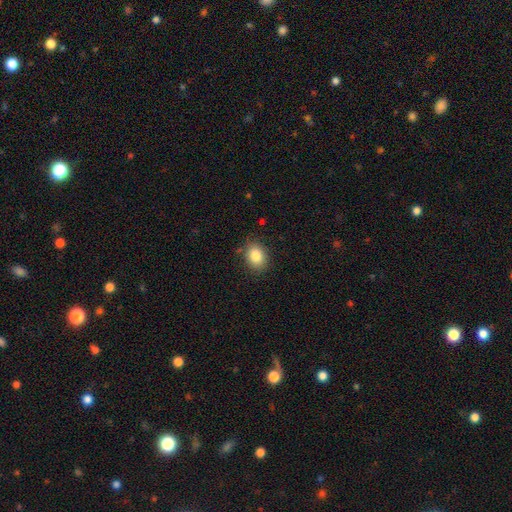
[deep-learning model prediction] Smooth or featured? Predicted: smooth (p=0.84). How rounded? Predicted: in between (p=0.62). Merging? Predicted: none (p=0.84).